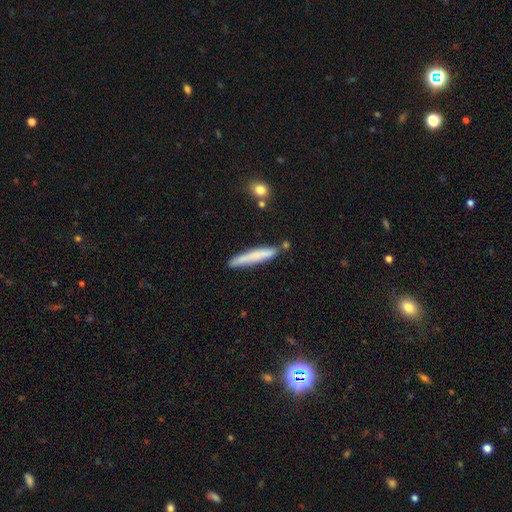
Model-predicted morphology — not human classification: Smooth or featured? smooth (74%)
How rounded? cigar-shaped (94%)
Merging? none (80%)